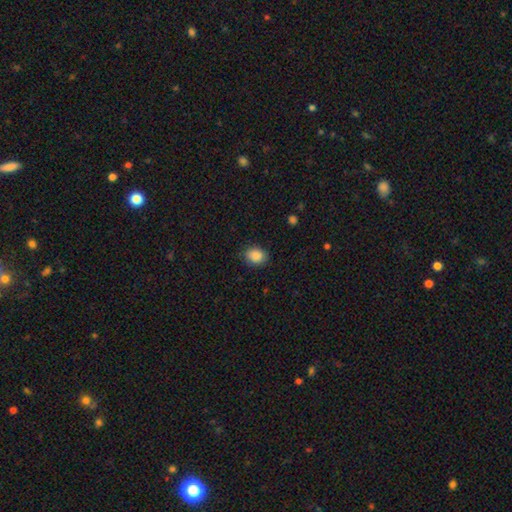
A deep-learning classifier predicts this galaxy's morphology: Smooth or featured: smooth — 88% (star or artifact — 8%)
How rounded: round — 52% (in between — 48%)
Merging: none — 83% (minor disturbance — 13%)